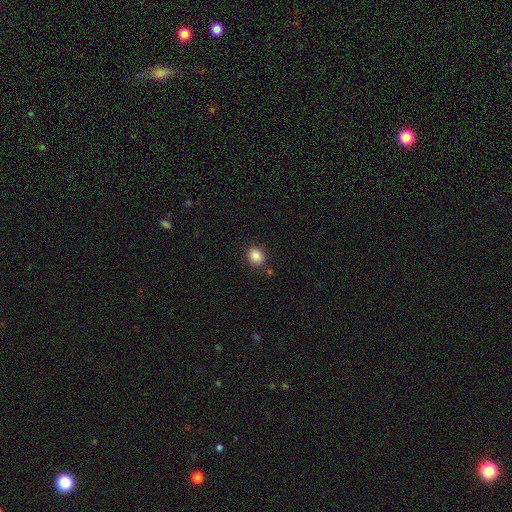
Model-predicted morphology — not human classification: Smooth or featured: smooth — 86% (star or artifact — 10%)
How rounded: round — 69% (in between — 30%)
Merging: none — 87% (minor disturbance — 8%)